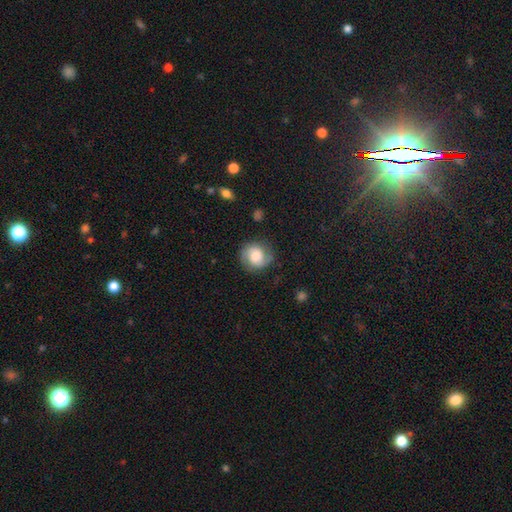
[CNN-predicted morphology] This appears to be a featured or disk galaxy (53%) with no bar (56%), spiral arms (91%) and a moderate central bulge (41%). Merging: none (79%).